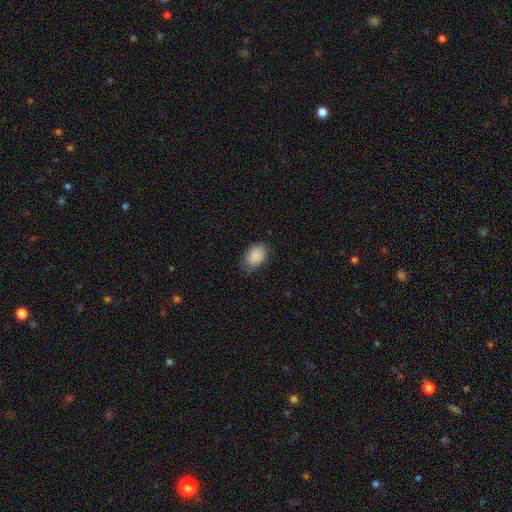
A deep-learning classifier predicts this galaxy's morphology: This is clearly a smooth galaxy (89%). How rounded: clearly in between (84%). Merging: likely none (73%).